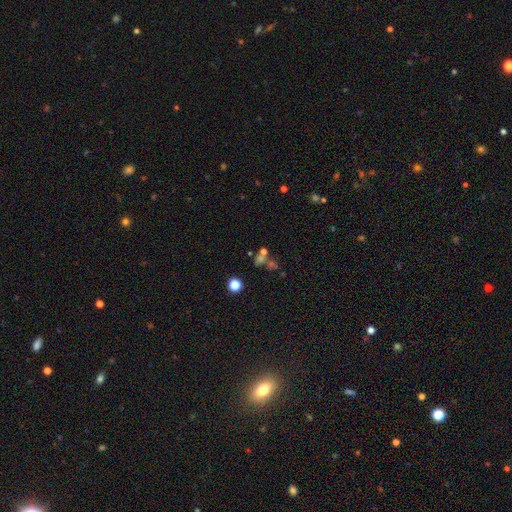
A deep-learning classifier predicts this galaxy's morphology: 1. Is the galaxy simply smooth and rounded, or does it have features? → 46% star or artifact, 35% smooth, 19% featured or disk.